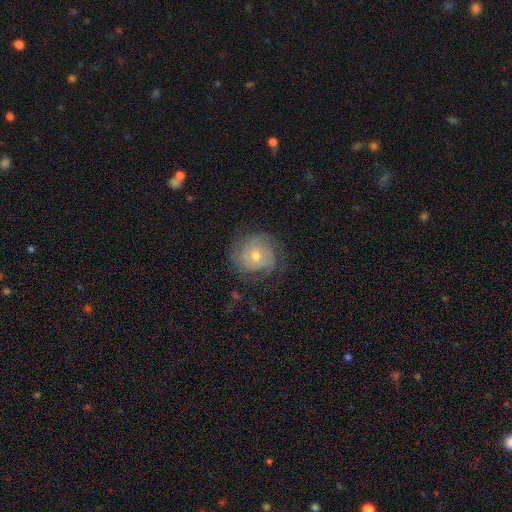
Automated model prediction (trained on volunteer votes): Smooth or featured? featured or disk (67%)
Edge-on disk? no (97%)
Bar? no (80%)
Spiral arms? yes (87%)
Spiral winding? tight (67%)
Spiral arm count? can't tell (41%)
Bulge size? moderate (49%)
Merging? none (71%)